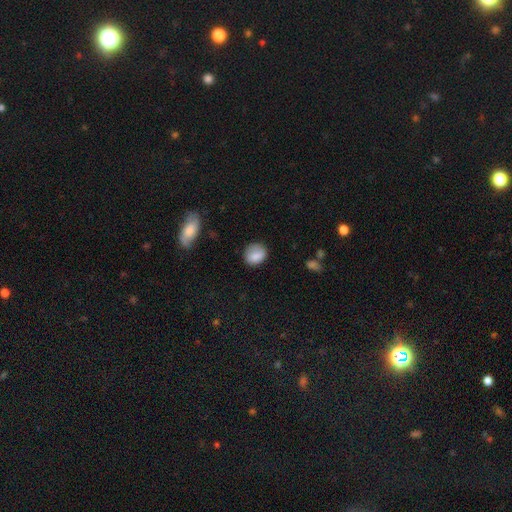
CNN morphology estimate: The model was most divided on "how rounded": round: 65%, in between: 33%, cigar-shaped: 1%. More confident: smooth or featured — smooth (84%); merging — none (74%).